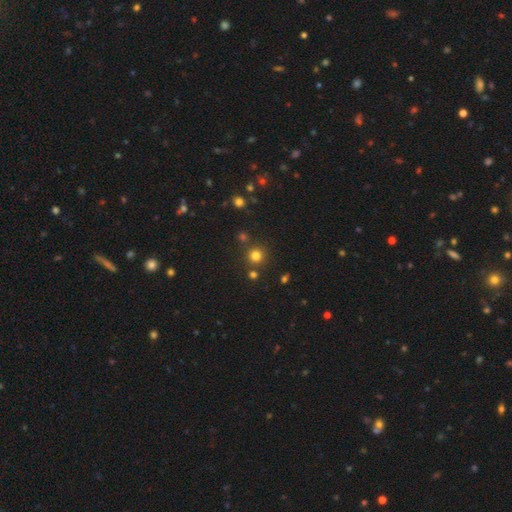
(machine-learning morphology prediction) Q: Smooth or featured?
A: smooth (76%); runner-up: star or artifact (18%)
Q: How rounded?
A: round (93%); runner-up: in between (6%)
Q: Merging?
A: none (82%); runner-up: merger (8%)